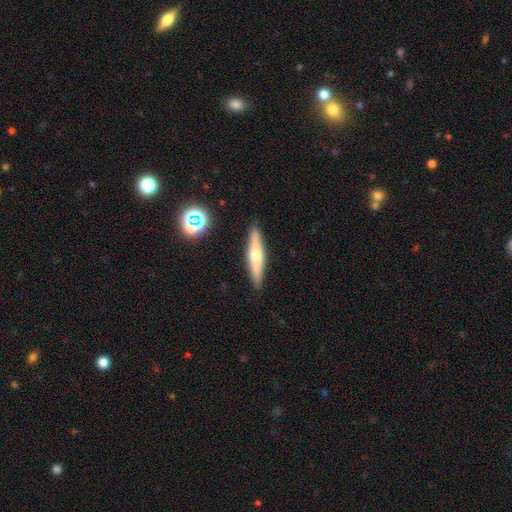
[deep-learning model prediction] A featured or disk galaxy (49%).

Vote fractions:
- Smooth or featured? featured or disk: 49% / smooth: 43% / star or artifact: 8%
- Merging? none: 89% / minor disturbance: 8% / major disturbance: 2% / merger: 2%